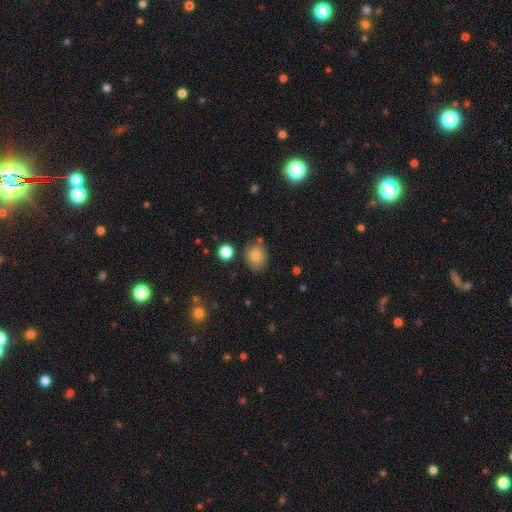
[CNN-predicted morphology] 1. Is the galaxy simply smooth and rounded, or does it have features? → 80% smooth, 10% star or artifact, 10% featured or disk.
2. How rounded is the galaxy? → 54% round, 45% in between, 1% cigar-shaped.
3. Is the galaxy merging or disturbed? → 77% none, 15% minor disturbance, 6% merger, 3% major disturbance.